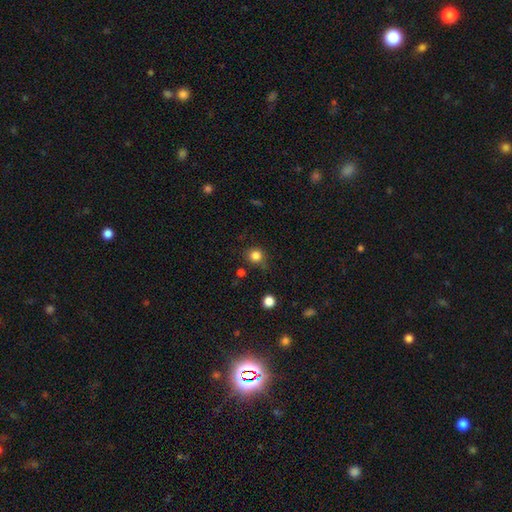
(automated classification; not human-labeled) Q: Smooth or featured?
A: smooth (82%); runner-up: star or artifact (13%)
Q: How rounded?
A: round (90%); runner-up: in between (10%)
Q: Merging?
A: none (80%); runner-up: minor disturbance (13%)